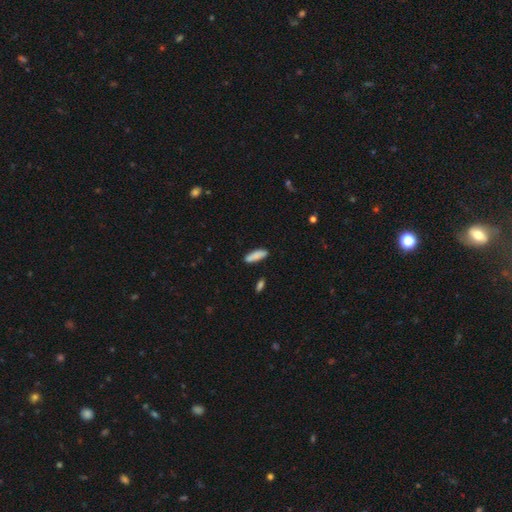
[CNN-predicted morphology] smooth_or_featured: smooth (p=0.86) [alt: featured or disk p=0.08]
how_rounded: cigar-shaped (p=0.50) [alt: in between p=0.49]
merging: none (p=0.84) [alt: minor disturbance p=0.11]